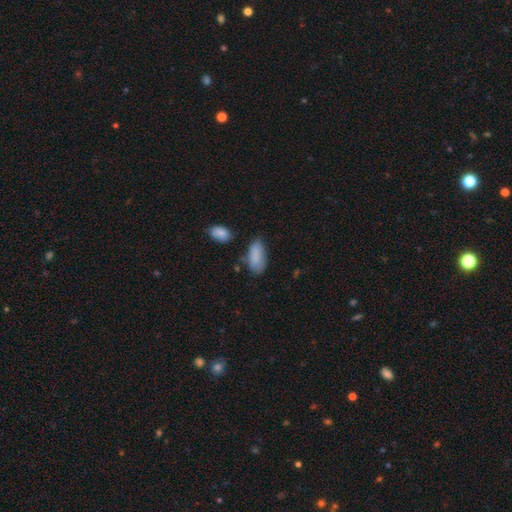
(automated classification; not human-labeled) A smooth galaxy with no disk features (82%) that is in between round and cigar-shaped (91%). Merging: none (52%).